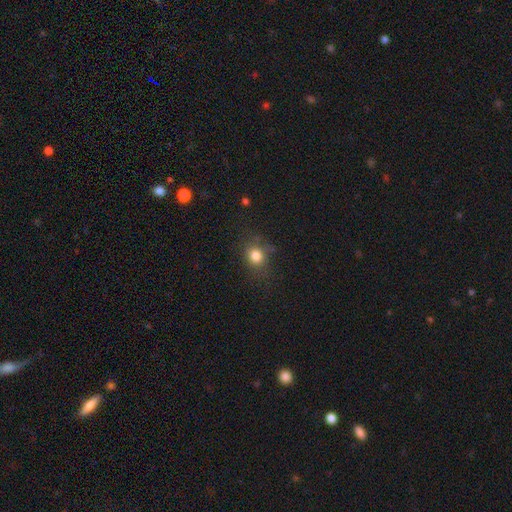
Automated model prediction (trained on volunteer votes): Overall: smooth (81%). How rounded: round (72%). Merging: none (73%).